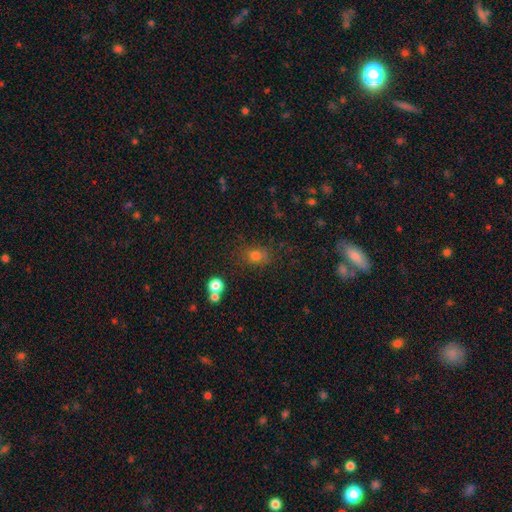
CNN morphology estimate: type=smooth (75%); roundness=round (51%); merging=none (76%).